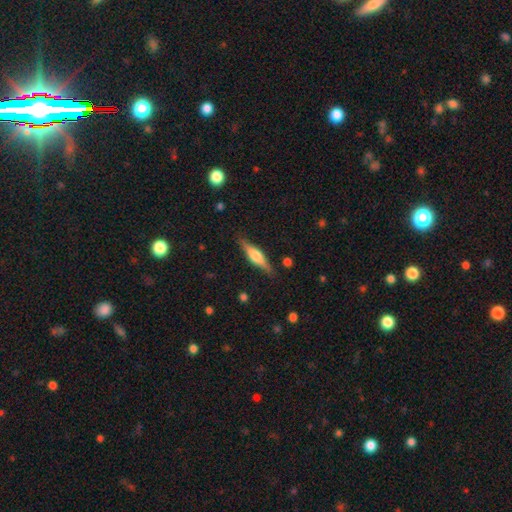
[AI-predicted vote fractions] Smooth or featured? featured or disk (58%)
Edge-on disk? yes (96%)
Edge-on bulge? rounded (81%)
Merging? none (86%)